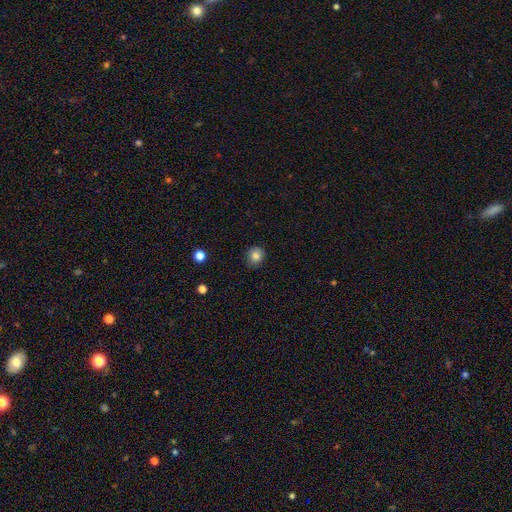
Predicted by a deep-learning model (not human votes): Q: Smooth or featured?
A: smooth (82%); runner-up: star or artifact (11%)
Q: How rounded?
A: round (83%); runner-up: in between (16%)
Q: Merging?
A: none (86%); runner-up: minor disturbance (11%)